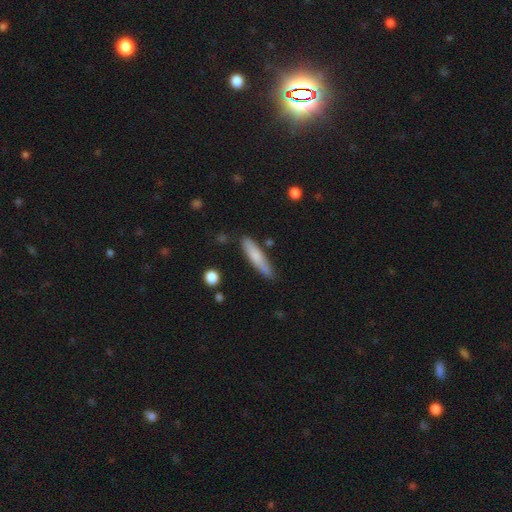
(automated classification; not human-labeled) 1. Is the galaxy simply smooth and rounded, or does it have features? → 75% smooth, 19% featured or disk, 6% star or artifact.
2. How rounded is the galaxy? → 82% cigar-shaped, 16% in between, 1% round.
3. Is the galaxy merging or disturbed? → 74% none, 19% minor disturbance, 3% major disturbance, 3% merger.